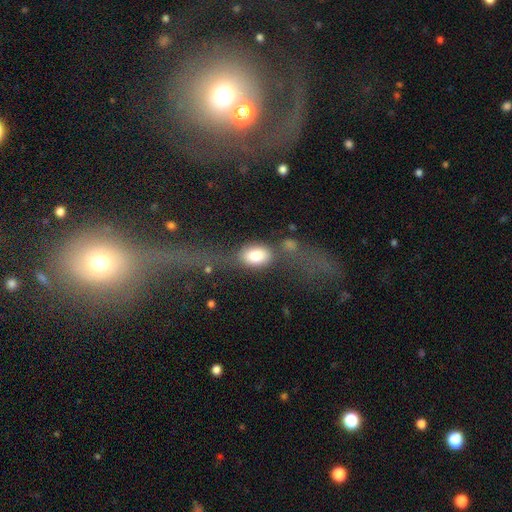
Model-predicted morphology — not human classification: Overall: smooth (74%). How rounded: in between (80%). Merging: none (36%; major disturbance 33%).